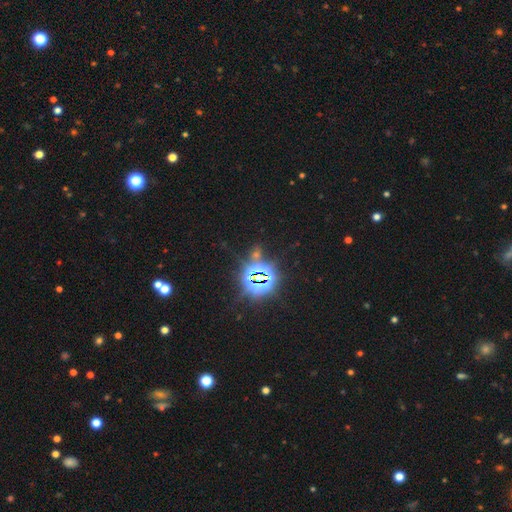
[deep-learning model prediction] Smooth or featured? Predicted: star or artifact (p=0.83).